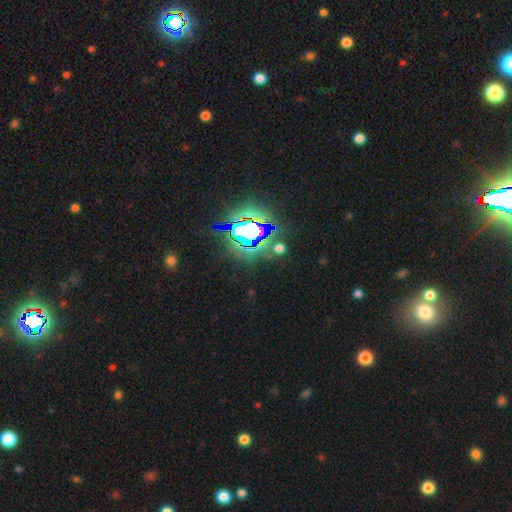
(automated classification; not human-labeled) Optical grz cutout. It shows a star or artifact, not a galaxy (84%).